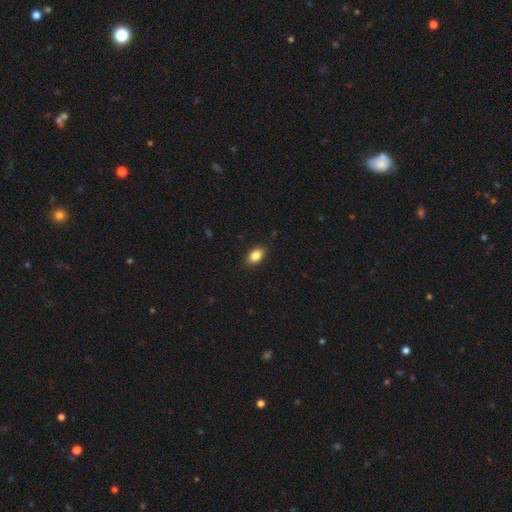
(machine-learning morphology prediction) Smooth or featured? Predicted: smooth (p=0.84). How rounded? Predicted: in between (p=0.82). Merging? Predicted: none (p=0.85).